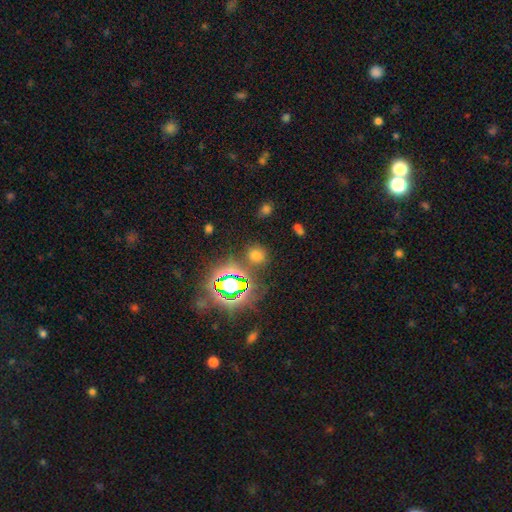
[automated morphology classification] Smooth or featured? smooth (58%)
How rounded? round (77%)
Merging? none (80%)